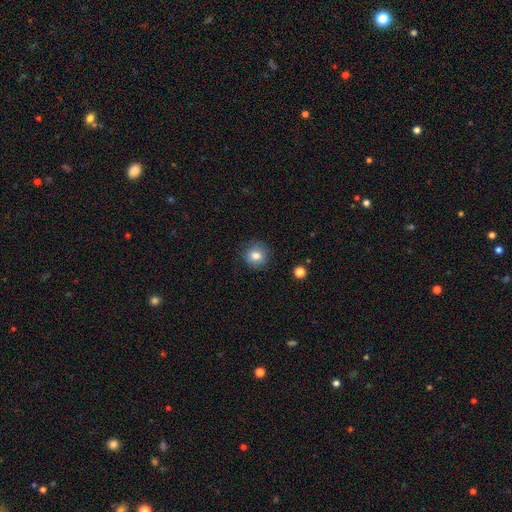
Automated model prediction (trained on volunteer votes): Overall: smooth (81%). How rounded: round (85%). Merging: none (87%).